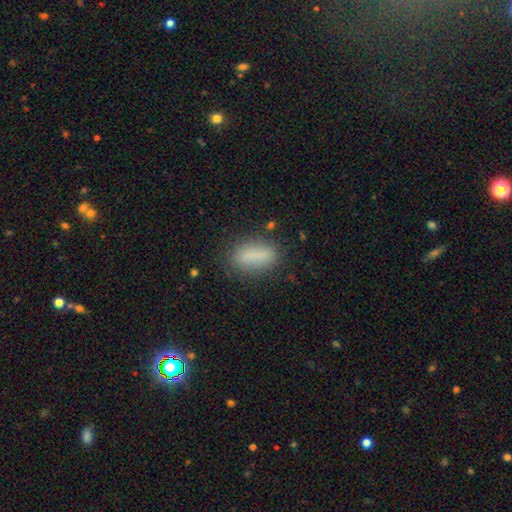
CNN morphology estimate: The model was most divided on "how rounded": in between: 69%, cigar-shaped: 27%, round: 4%. More confident: smooth or featured — smooth (81%); merging — none (78%).